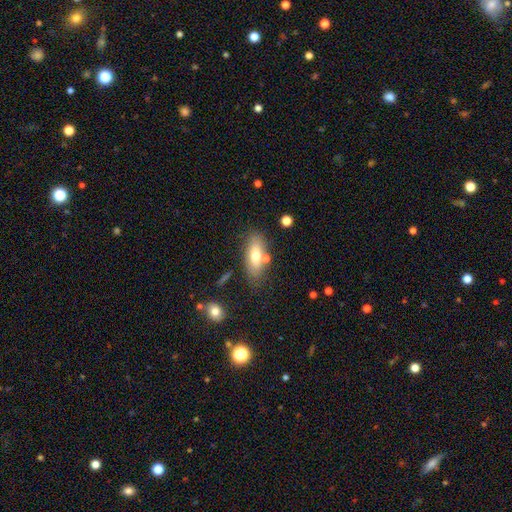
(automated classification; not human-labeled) smooth 67%, featured or disk 25%, star or artifact 8%. Down the decision tree: how rounded — in between (78%); merging — none (71%).